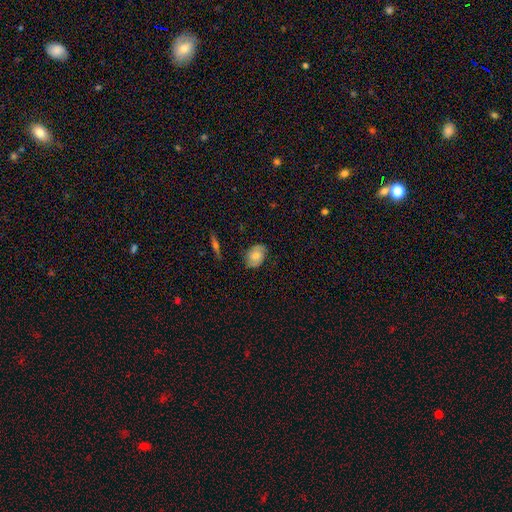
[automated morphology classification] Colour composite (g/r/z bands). It shows a smooth galaxy with no disk features (50%). Merging: none (79%).